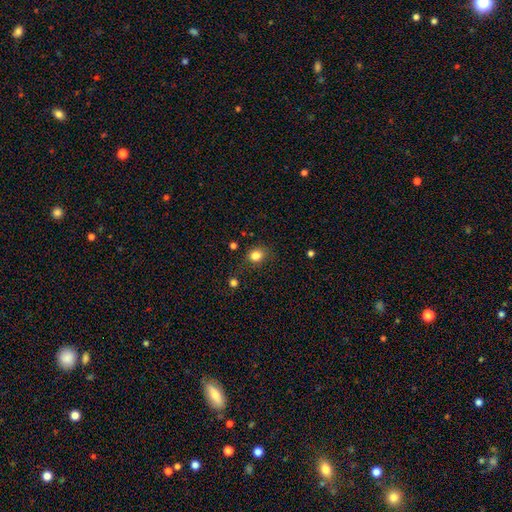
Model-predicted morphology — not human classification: type=smooth (83%); roundness=round (68%); merging=none (79%).